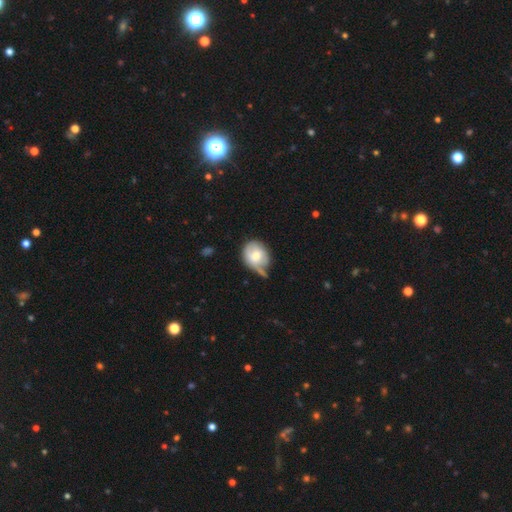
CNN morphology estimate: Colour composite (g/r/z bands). It shows a smooth galaxy with no disk features (64%) that is round (62%). Merging: minor disturbance (37%).